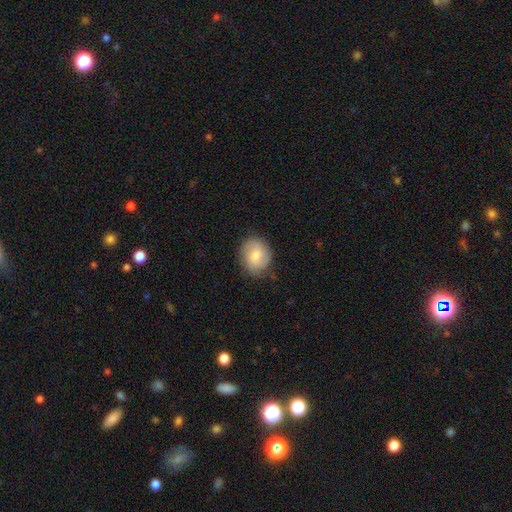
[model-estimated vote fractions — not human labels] smooth-or-featured: smooth: 67% | featured or disk: 27% | star or artifact: 7%
  how-rounded: round: 60% | in between: 39% | cigar-shaped: 1%
  merging: none: 79% | minor disturbance: 16% | major disturbance: 4% | merger: 1%